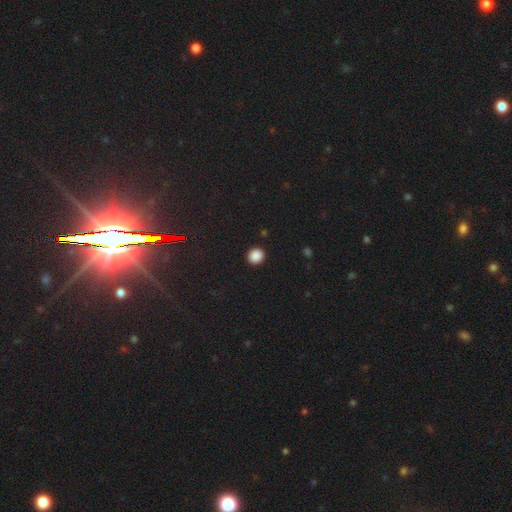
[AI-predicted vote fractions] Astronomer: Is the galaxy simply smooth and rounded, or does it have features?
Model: smooth — 88%.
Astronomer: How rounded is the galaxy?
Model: round — 82%.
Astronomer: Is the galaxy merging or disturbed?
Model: none — 92%.